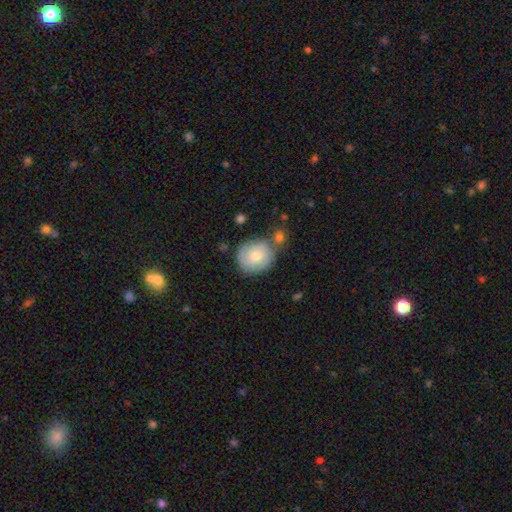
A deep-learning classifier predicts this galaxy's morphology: smooth_or_featured: smooth (p=0.65) [alt: featured or disk p=0.28]
how_rounded: round (p=0.77) [alt: in between p=0.22]
merging: none (p=0.58) [alt: minor disturbance p=0.19]